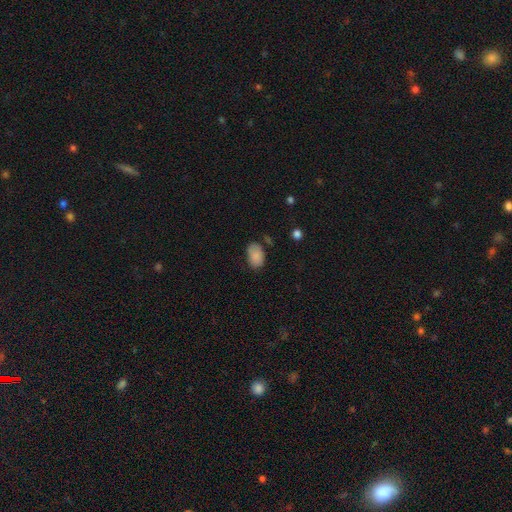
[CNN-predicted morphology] A smooth galaxy with no disk features (86%) that is in between round and cigar-shaped (89%). Merging: none (71%).